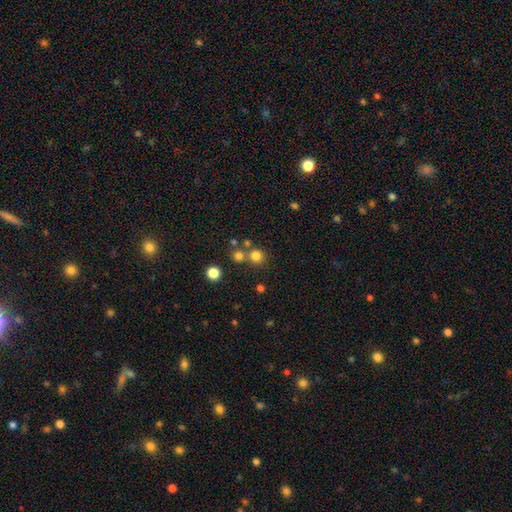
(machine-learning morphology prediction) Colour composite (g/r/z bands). It shows a smooth galaxy with no disk features (77%) that is round (92%). Merging: none (68%).